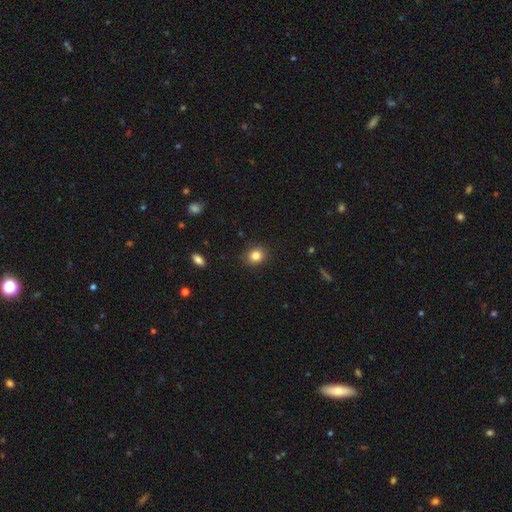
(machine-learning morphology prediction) Smooth or featured? smooth (84%)
How rounded? round (66%)
Merging? none (88%)